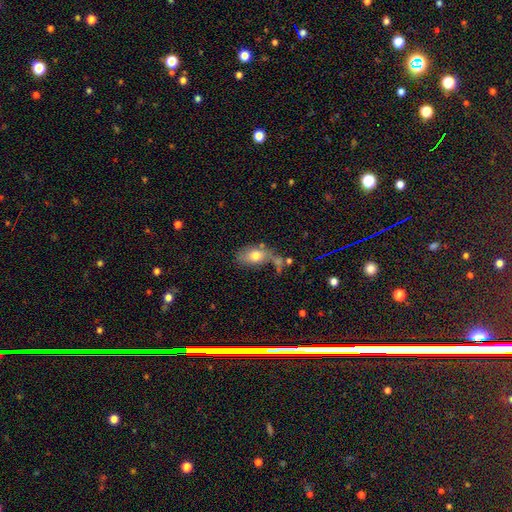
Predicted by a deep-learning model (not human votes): The model was most divided on "merging": none: 40%, minor disturbance: 22%, merger: 21%, major disturbance: 18%. More confident: how rounded — in between (84%); smooth or featured — smooth (71%).